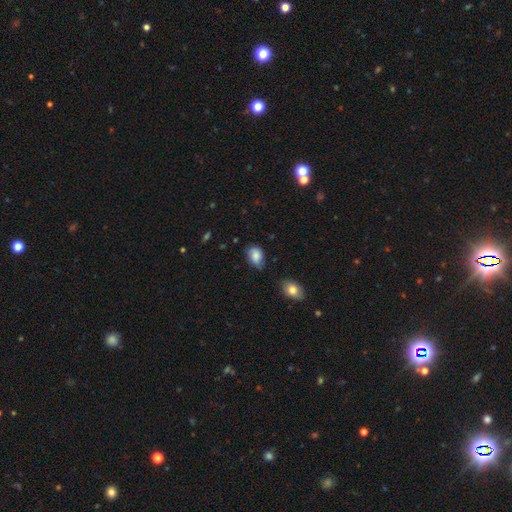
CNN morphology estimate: Smooth or featured? smooth (80%)
How rounded? in between (83%)
Merging? none (54%)